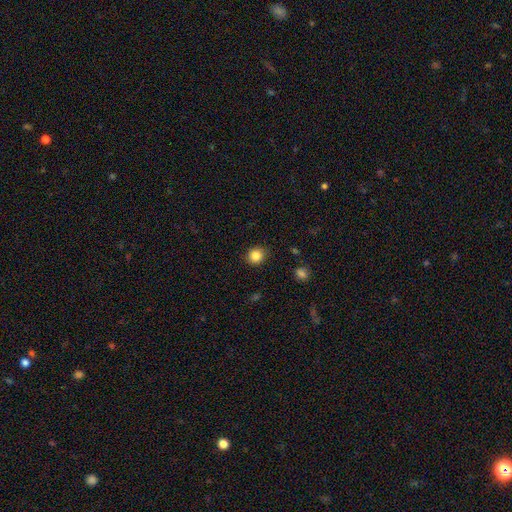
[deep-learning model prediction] This appears to be a smooth galaxy with no disk features (85%) that is round (85%). Merging: none (89%).